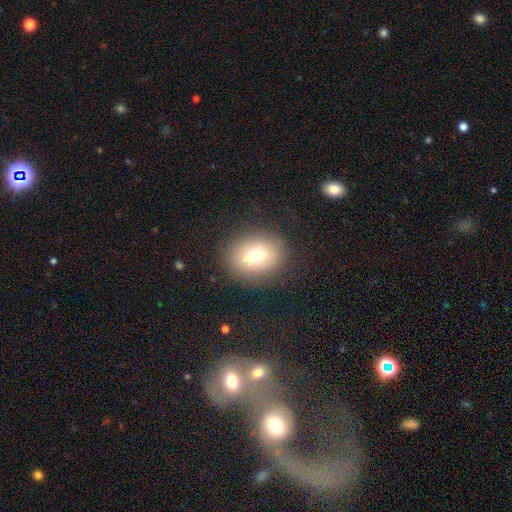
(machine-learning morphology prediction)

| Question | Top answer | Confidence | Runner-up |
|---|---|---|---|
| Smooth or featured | smooth | 70% | featured or disk (18%) |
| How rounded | round | 56% | in between (43%) |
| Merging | none | 85% | minor disturbance (10%) |